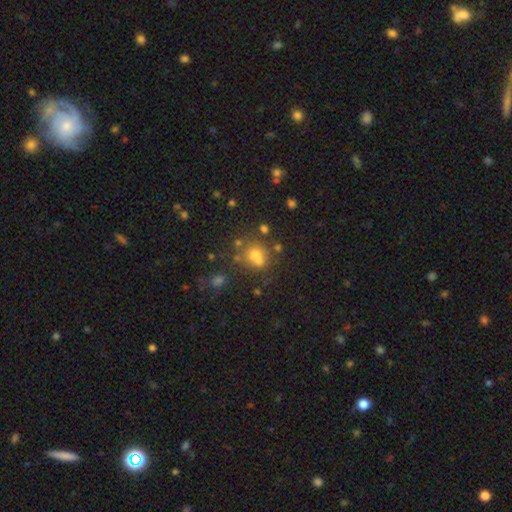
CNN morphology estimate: Overall: smooth (61%; star or artifact 24%). How rounded: round (73%). Merging: none (50%; merger 31%).